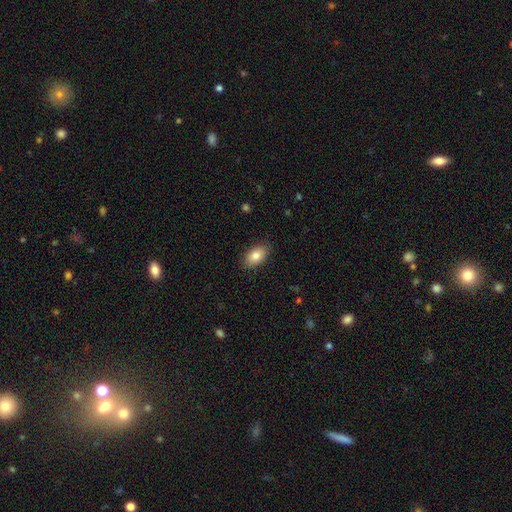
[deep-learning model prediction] A smooth galaxy with no disk features (83%) that is in between round and cigar-shaped (92%).

Vote fractions:
- Smooth or featured? smooth: 83% / featured or disk: 10% / star or artifact: 7%
- How rounded? in between: 92% / round: 6% / cigar-shaped: 2%
- Merging? none: 86% / minor disturbance: 10% / major disturbance: 2% / merger: 1%